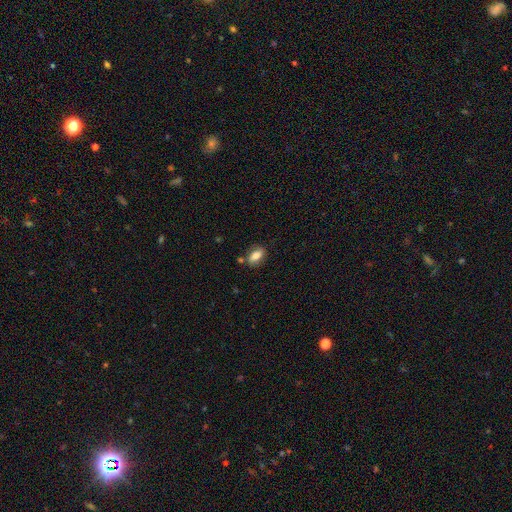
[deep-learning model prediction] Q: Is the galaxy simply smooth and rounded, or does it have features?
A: smooth — 79%.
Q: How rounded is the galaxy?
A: in between — 87%.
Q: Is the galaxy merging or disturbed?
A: none — 76%.